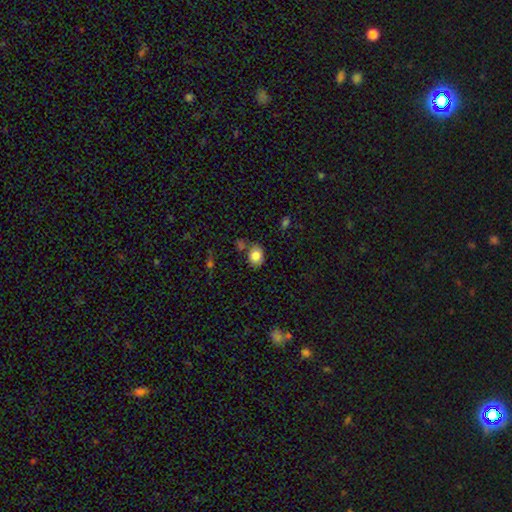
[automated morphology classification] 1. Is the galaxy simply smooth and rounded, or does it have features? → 83% smooth, 9% featured or disk, 9% star or artifact.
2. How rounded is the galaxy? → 62% in between, 37% round, 1% cigar-shaped.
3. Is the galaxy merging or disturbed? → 66% none, 21% minor disturbance, 8% merger, 5% major disturbance.